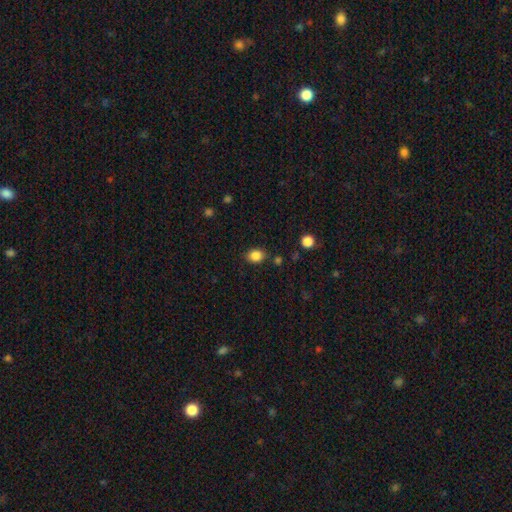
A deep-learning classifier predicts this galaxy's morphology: The model was most divided on "how rounded": in between: 58%, round: 41%, cigar-shaped: 1%. More confident: smooth or featured — smooth (86%); merging — none (83%).